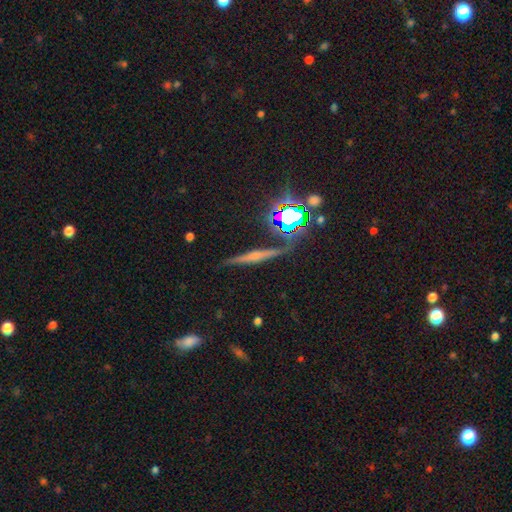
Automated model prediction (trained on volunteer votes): Overall: featured or disk (50%; smooth 29%). Edge-on disk: yes (94%). Merging: none (83%).